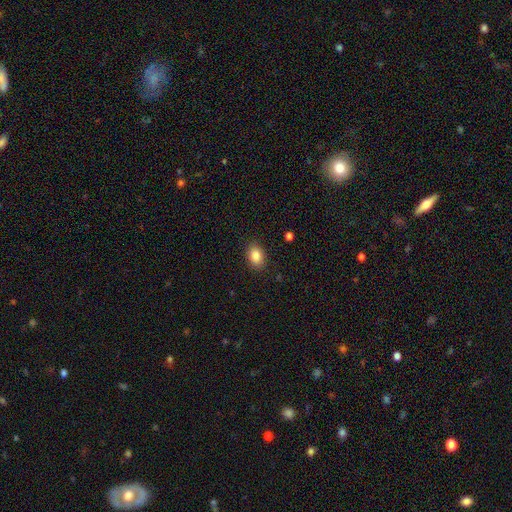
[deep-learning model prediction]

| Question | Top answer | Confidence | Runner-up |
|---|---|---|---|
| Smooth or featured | smooth | 86% | star or artifact (9%) |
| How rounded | in between | 75% | round (24%) |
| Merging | none | 88% | minor disturbance (9%) |